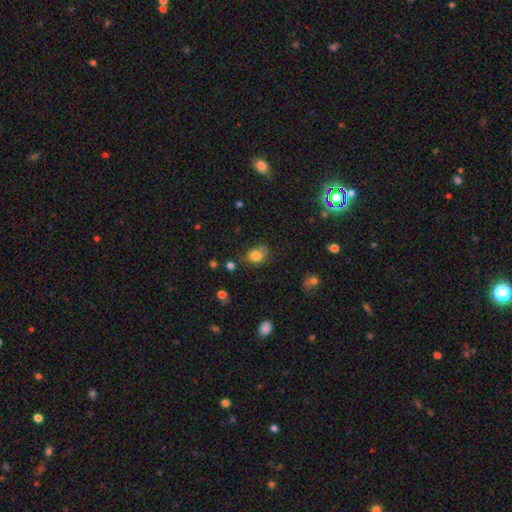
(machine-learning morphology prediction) This appears to be a smooth galaxy with no disk features (80%) that is in between round and cigar-shaped (62%). Merging: none (59%).